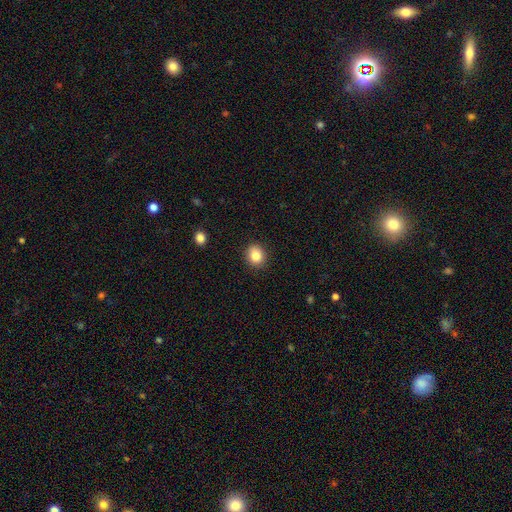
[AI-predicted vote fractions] The model was most divided on "how rounded": round: 69%, in between: 30%, cigar-shaped: 1%. More confident: merging — none (90%); smooth or featured — smooth (84%).